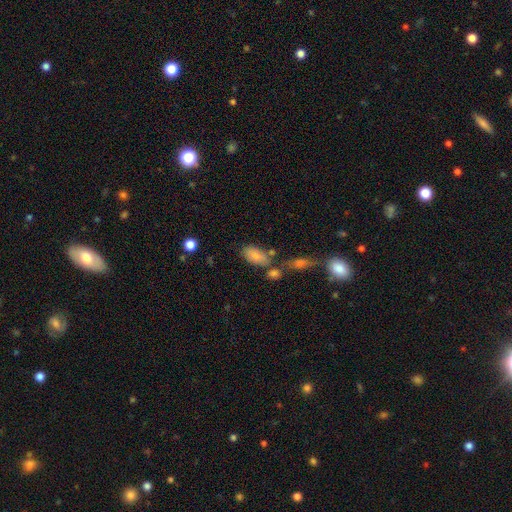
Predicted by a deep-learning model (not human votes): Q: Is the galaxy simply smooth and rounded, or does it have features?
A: smooth — 83%.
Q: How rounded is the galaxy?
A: in between — 92%.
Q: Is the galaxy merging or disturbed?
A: none — 59%.